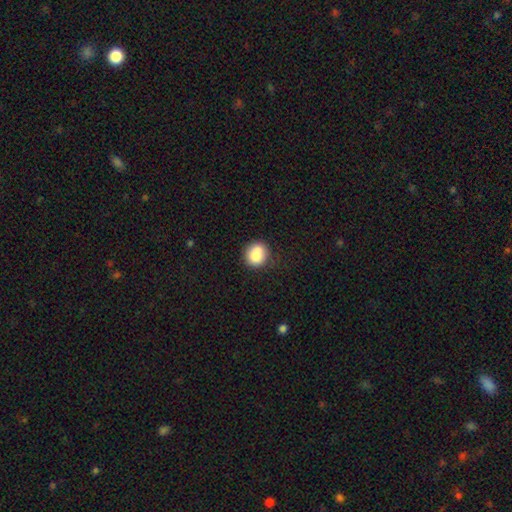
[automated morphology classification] Smooth or featured? Predicted: smooth (p=0.83). How rounded? Predicted: round (p=0.77). Merging? Predicted: none (p=0.68).